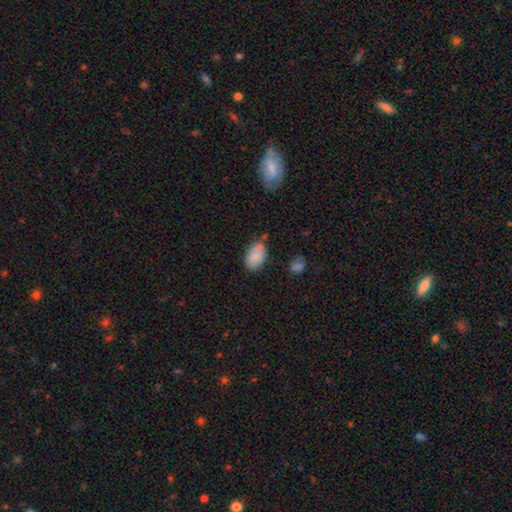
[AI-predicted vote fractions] Smooth or featured? smooth (84%)
How rounded? in between (91%)
Merging? none (68%)